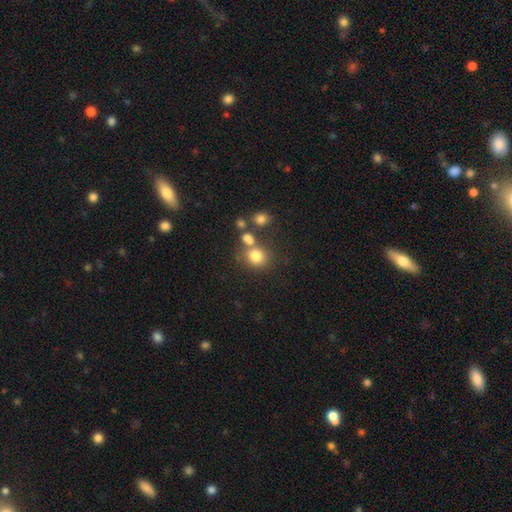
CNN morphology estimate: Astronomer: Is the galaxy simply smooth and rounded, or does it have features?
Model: smooth — 77%.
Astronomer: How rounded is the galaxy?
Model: round — 78%.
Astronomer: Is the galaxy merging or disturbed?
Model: none — 58%.